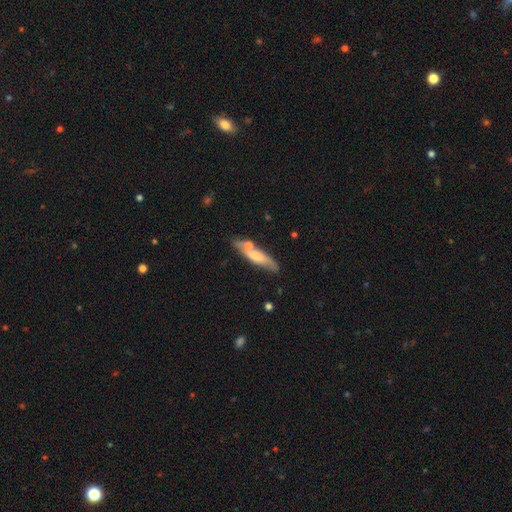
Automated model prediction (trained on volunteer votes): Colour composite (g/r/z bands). It shows a smooth galaxy with no disk features (54%) that is cigar-shaped (73%). Merging: none (67%).